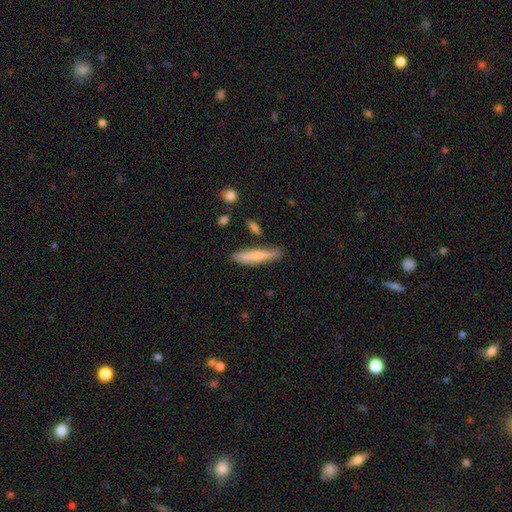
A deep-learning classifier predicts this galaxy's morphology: The model was most divided on "smooth or featured": smooth: 65%, featured or disk: 28%, star or artifact: 6%. More confident: how rounded — cigar-shaped (83%); merging — none (77%).